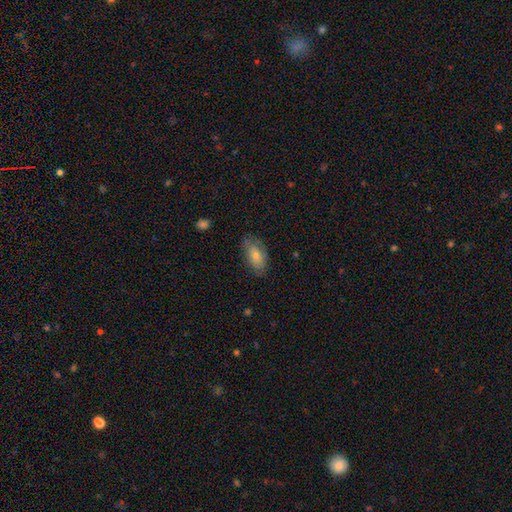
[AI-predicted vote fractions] Smooth or featured? smooth (63%)
How rounded? in between (89%)
Merging? none (73%)